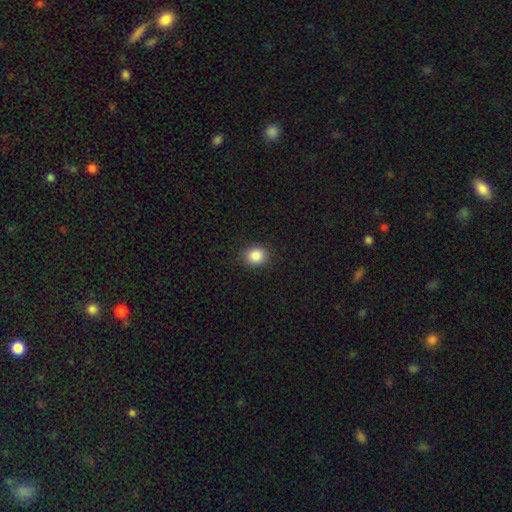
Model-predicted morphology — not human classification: Smooth or featured? smooth (87%)
How rounded? round (75%)
Merging? none (90%)